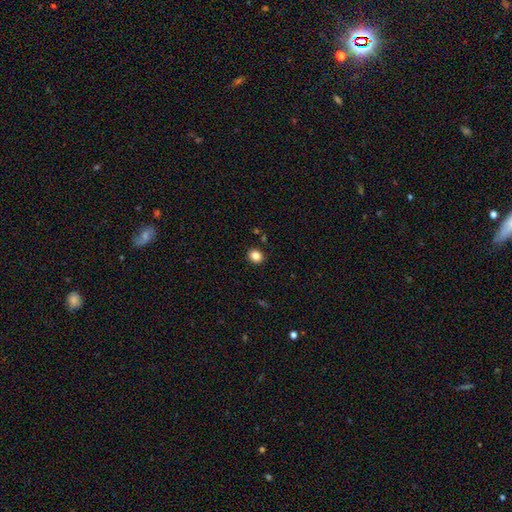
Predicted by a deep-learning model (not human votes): Smooth or featured: smooth — 85% (star or artifact — 11%)
How rounded: round — 68% (in between — 31%)
Merging: none — 89% (minor disturbance — 7%)